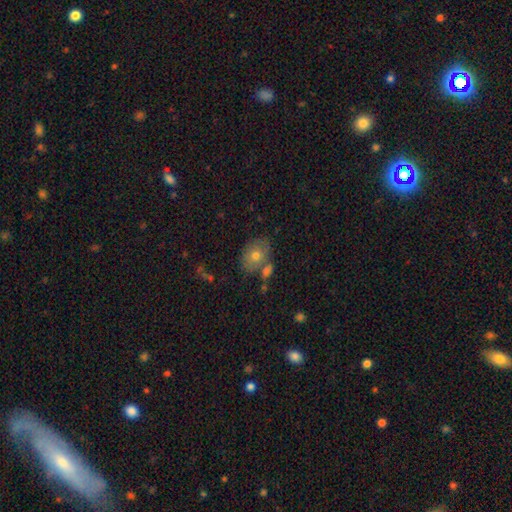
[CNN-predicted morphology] A smooth galaxy with no disk features (70%) that is in between round and cigar-shaped (68%). Merging: none (59%).